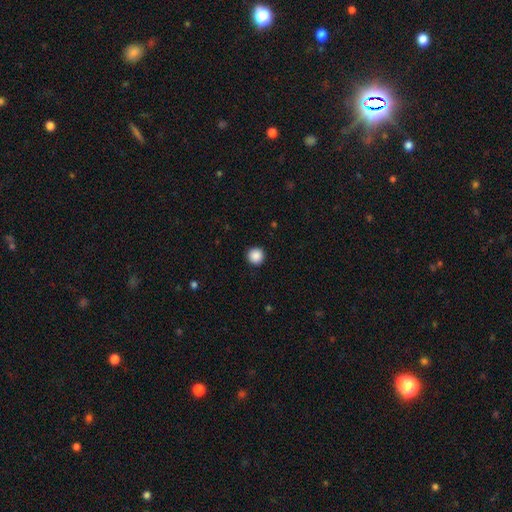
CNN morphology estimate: A smooth galaxy with no disk features (89%) that is round (96%). Merging: none (93%).